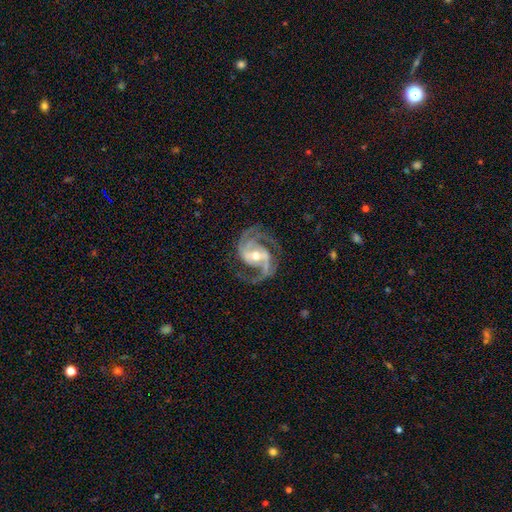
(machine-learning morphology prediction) The model was most divided on "bar": weak: 42%, strong: 35%, no: 22%. More confident: spiral arms — yes (98%); edge-on disk — no (98%); smooth or featured — featured or disk (93%); merging — none (73%); spiral arm count — 2 (67%); bulge size — moderate (65%); spiral winding — medium (59%).